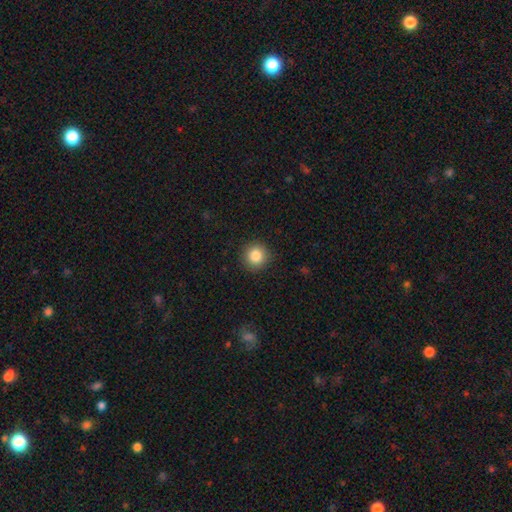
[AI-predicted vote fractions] Overall: smooth (84%). How rounded: round (94%). Merging: none (91%).